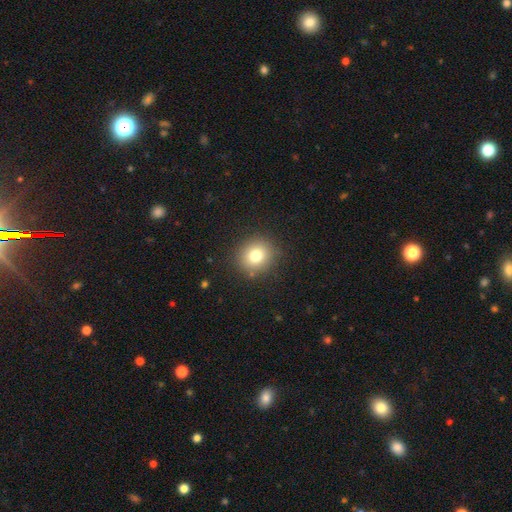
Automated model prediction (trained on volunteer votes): Q: Smooth or featured?
A: smooth (78%); runner-up: star or artifact (13%)
Q: How rounded?
A: round (85%); runner-up: in between (14%)
Q: Merging?
A: none (88%); runner-up: minor disturbance (7%)